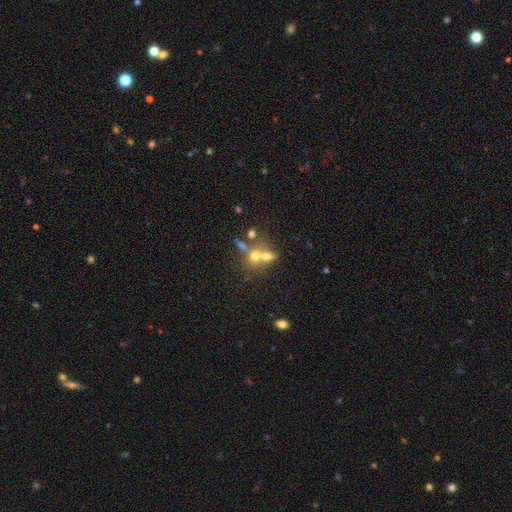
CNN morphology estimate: smooth 60%, featured or disk 24%, star or artifact 16%. Down the decision tree: how rounded — round (60%); merging — merger (60%).